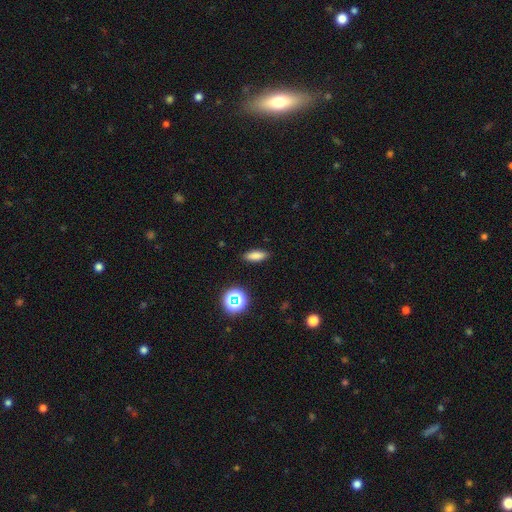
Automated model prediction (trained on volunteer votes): smooth 79%, star or artifact 13%, featured or disk 8%. Down the decision tree: how rounded — in between (63%); merging — none (89%).